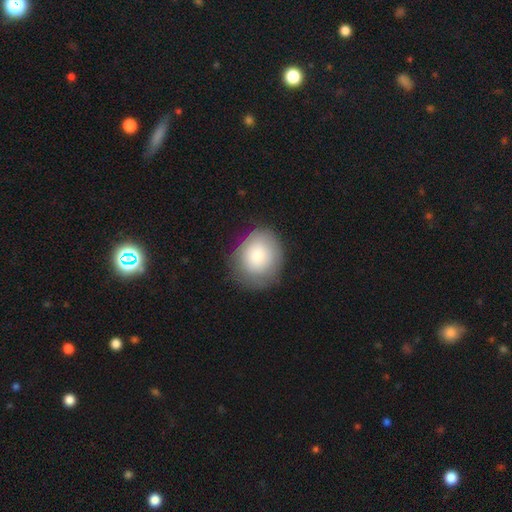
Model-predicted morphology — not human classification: Smooth or featured? smooth (75%)
How rounded? round (67%)
Merging? none (75%)